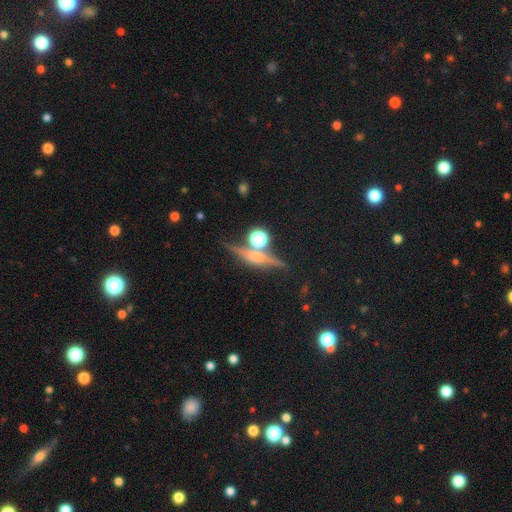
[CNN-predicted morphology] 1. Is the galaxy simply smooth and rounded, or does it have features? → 69% featured or disk, 16% smooth, 15% star or artifact.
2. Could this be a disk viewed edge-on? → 94% yes, 6% no.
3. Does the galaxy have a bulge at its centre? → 77% rounded, 12% none, 12% boxy.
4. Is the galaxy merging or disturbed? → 75% none, 12% minor disturbance, 9% merger, 4% major disturbance.